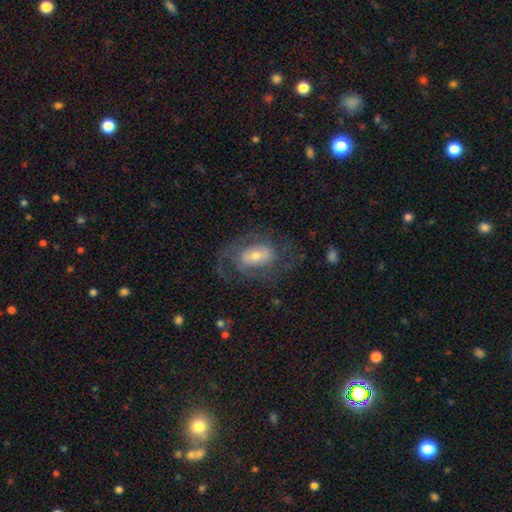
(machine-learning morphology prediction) A featured or disk galaxy (69%) with no bar (44%), 2 (44%) medium (46%) spiral arms (81%) and a moderate central bulge (50%). Merging: none (59%).